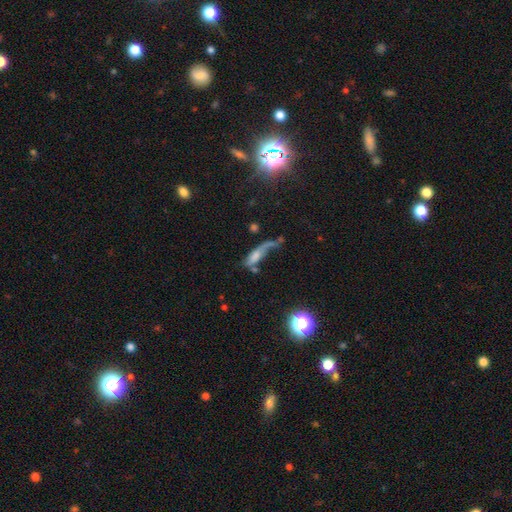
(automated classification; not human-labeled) Overall: smooth (41%; featured or disk 39%). Merging: major disturbance (38%; none 25%).